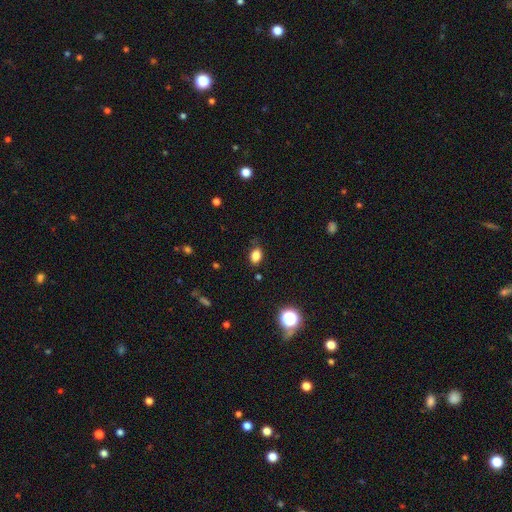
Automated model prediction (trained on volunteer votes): Morphology: type=smooth (82%); roundness=in between (79%); merging=none (80%).